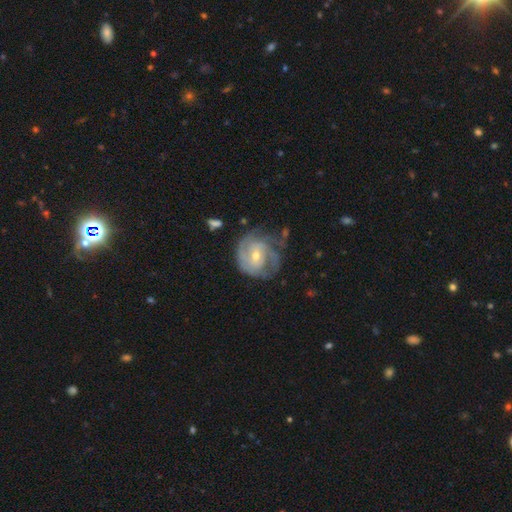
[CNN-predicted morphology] smooth_or_featured: featured or disk (p=0.81) [alt: smooth p=0.14]
disk_edge_on: no (p=0.98) [alt: yes p=0.02]
bar: no (p=0.47) [alt: weak p=0.43]
has_spiral_arms: yes (p=0.92) [alt: no p=0.08]
spiral_winding: tight (p=0.54) [alt: medium p=0.35]
spiral_arm_count: 2 (p=0.37) [alt: can't tell p=0.28]
bulge_size: moderate (p=0.49) [alt: small p=0.48]
merging: none (p=0.56) [alt: minor disturbance p=0.25]